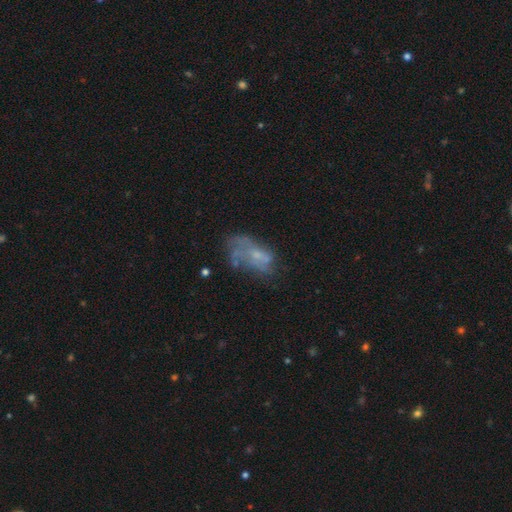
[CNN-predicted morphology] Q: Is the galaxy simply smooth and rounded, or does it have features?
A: featured or disk — 55%.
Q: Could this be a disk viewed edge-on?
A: no — 96%.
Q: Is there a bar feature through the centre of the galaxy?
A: no — 78%.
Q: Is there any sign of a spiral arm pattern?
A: no — 63%.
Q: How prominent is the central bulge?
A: small — 46%.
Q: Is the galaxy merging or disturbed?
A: none — 42%.